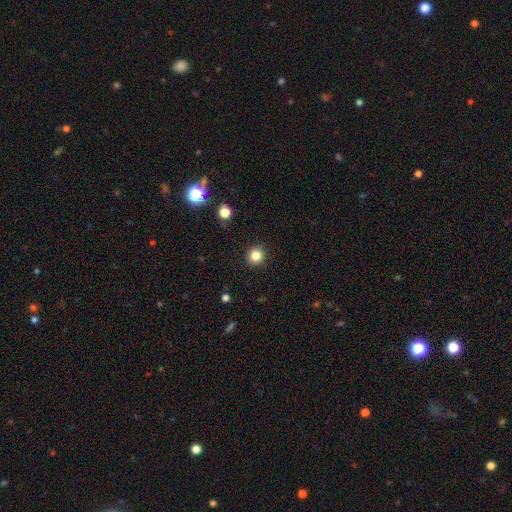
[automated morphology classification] This appears to be a smooth galaxy with no disk features (83%) that is round (93%). Merging: none (93%).